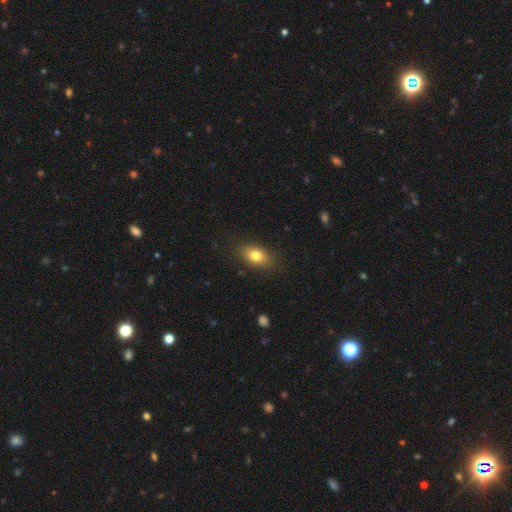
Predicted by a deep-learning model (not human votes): The model was most divided on "how rounded": in between: 80%, round: 16%, cigar-shaped: 3%. More confident: merging — none (84%); smooth or featured — smooth (79%).